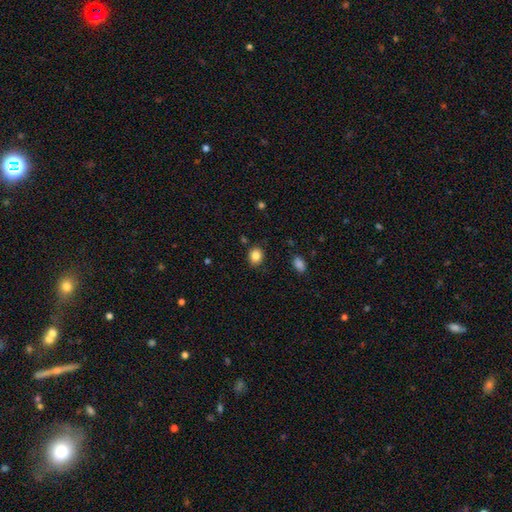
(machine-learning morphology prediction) A smooth galaxy with no disk features (84%) that is round (64%).

Vote fractions:
- Smooth or featured? smooth: 84% / star or artifact: 10% / featured or disk: 6%
- How rounded? round: 64% / in between: 36% / cigar-shaped: 1%
- Merging? none: 86% / minor disturbance: 10% / major disturbance: 2% / merger: 2%